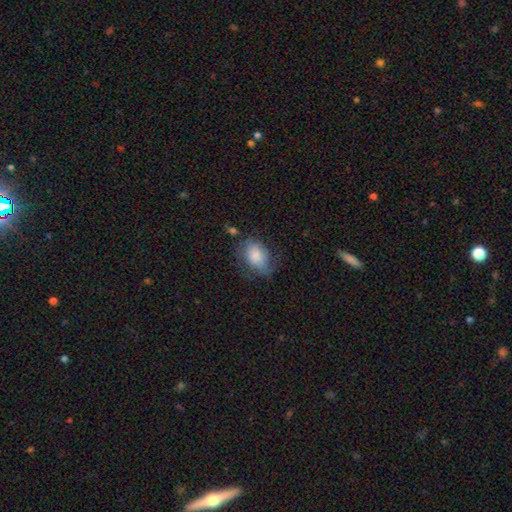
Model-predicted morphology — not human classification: This appears to be a smooth galaxy with no disk features (70%) that is in between round and cigar-shaped (79%). Merging: none (49%).